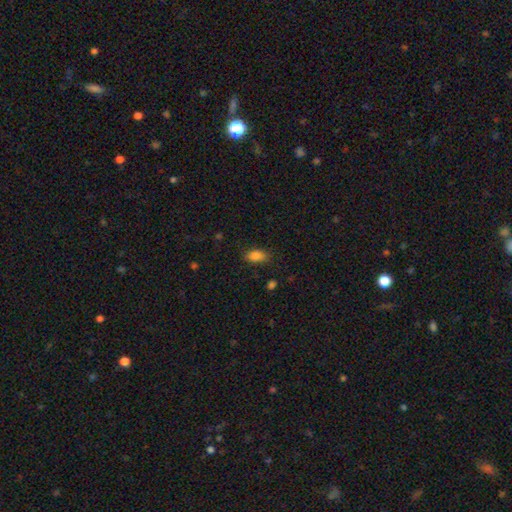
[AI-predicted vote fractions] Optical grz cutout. It shows a smooth galaxy with no disk features (85%) that is in between round and cigar-shaped (88%). Merging: none (81%).